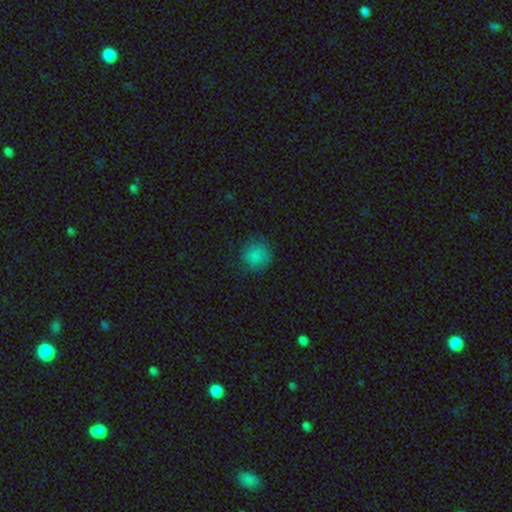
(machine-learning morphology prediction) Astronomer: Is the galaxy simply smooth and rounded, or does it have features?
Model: smooth — 80%.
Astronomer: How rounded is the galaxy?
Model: round — 89%.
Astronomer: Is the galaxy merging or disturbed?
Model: none — 75%.